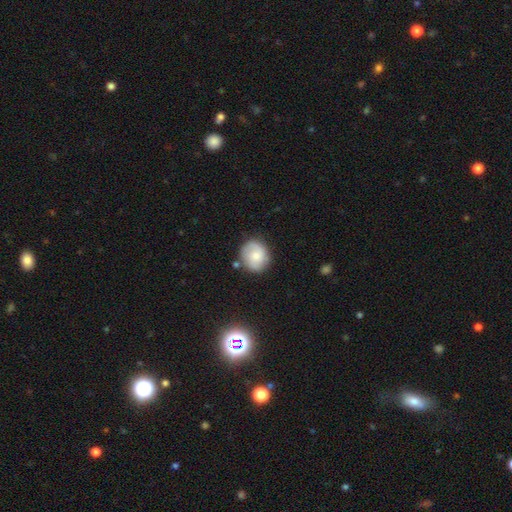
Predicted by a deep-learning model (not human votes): smooth_or_featured: smooth (p=0.60) [alt: featured or disk p=0.32]
how_rounded: round (p=0.77) [alt: in between p=0.22]
merging: none (p=0.75) [alt: minor disturbance p=0.17]